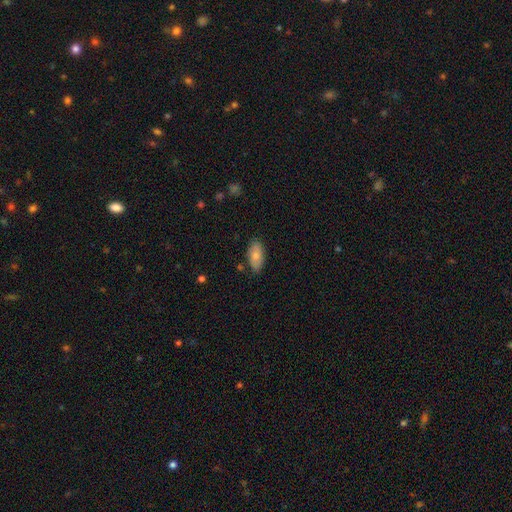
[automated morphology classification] type=smooth (80%); roundness=in between (93%); merging=none (82%).